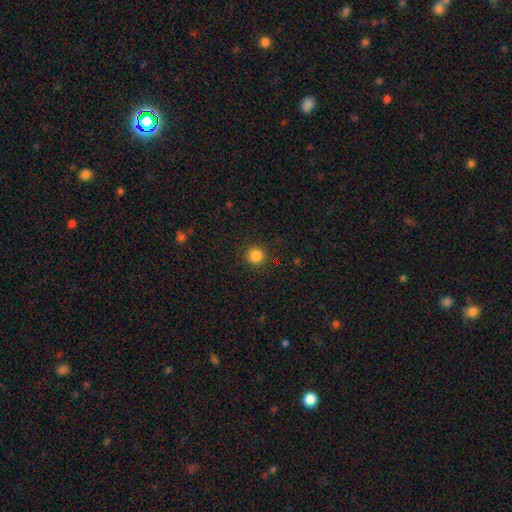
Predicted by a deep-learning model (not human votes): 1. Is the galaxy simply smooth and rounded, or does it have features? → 84% smooth, 12% star or artifact, 4% featured or disk.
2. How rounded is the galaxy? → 94% round, 5% in between, 1% cigar-shaped.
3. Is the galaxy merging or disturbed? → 91% none, 6% minor disturbance, 2% major disturbance, 1% merger.